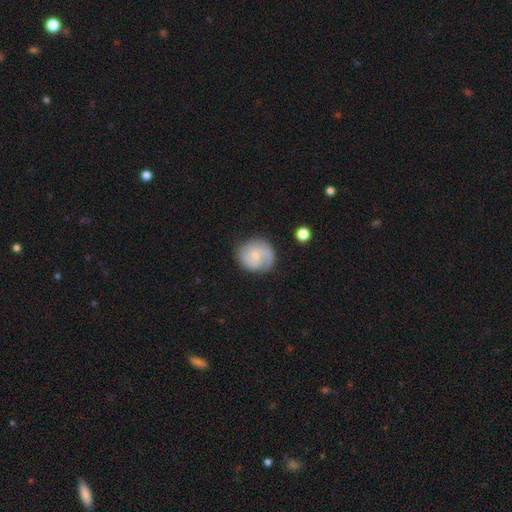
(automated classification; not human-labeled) smooth_or_featured: featured or disk (p=0.65) [alt: smooth p=0.28]
disk_edge_on: no (p=0.98) [alt: yes p=0.02]
bar: no (p=0.60) [alt: weak p=0.35]
has_spiral_arms: yes (p=0.91) [alt: no p=0.09]
spiral_winding: medium (p=0.42) [alt: tight p=0.40]
spiral_arm_count: 2 (p=0.56) [alt: 1 p=0.17]
bulge_size: small (p=0.64) [alt: moderate p=0.29]
merging: none (p=0.75) [alt: minor disturbance p=0.17]